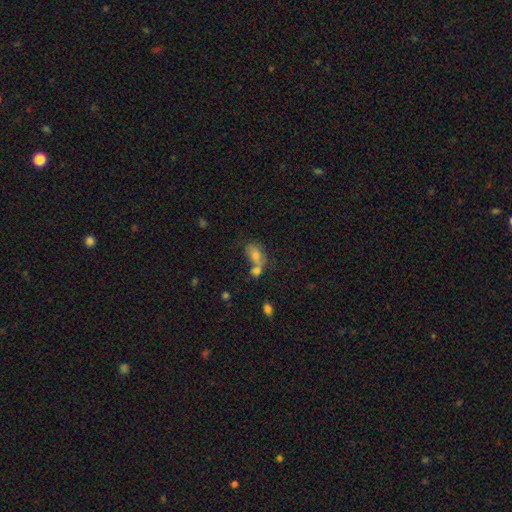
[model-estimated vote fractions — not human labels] Morphology: type=smooth (67%); roundness=in between (79%); merging=merger (46%).